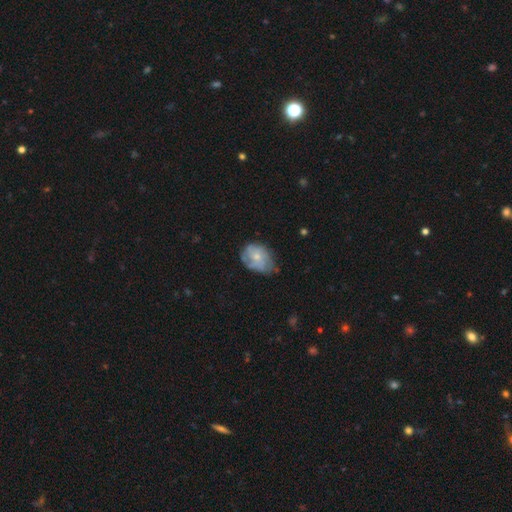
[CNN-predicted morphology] Smooth or featured? Predicted: featured or disk (p=0.48). Merging? Predicted: none (p=0.49).